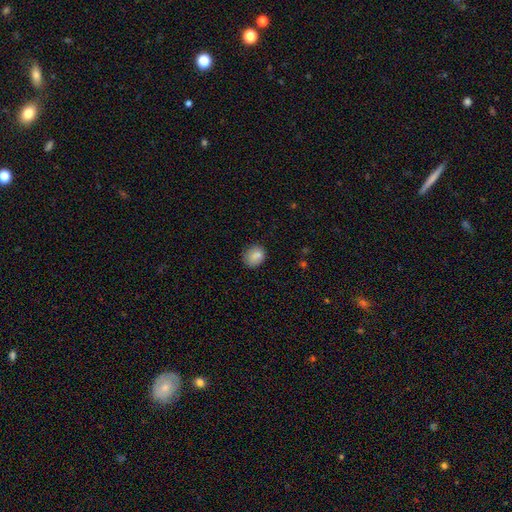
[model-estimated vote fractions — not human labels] smooth_or_featured: smooth (p=0.85) [alt: star or artifact p=0.09]
how_rounded: round (p=0.60) [alt: in between p=0.39]
merging: none (p=0.77) [alt: minor disturbance p=0.18]